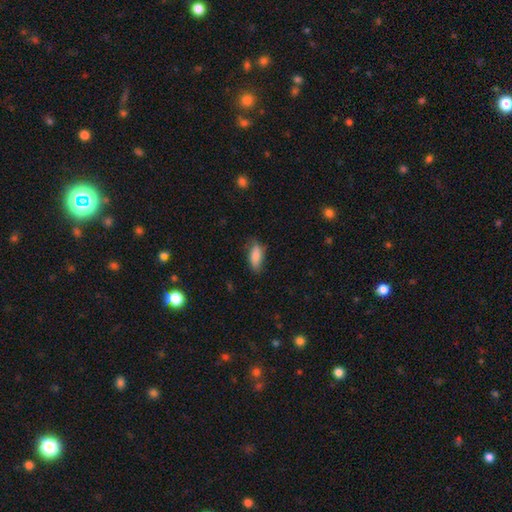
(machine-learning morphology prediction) This is clearly a smooth galaxy (81%). How rounded: likely in between (77%). Merging: likely none (67%).